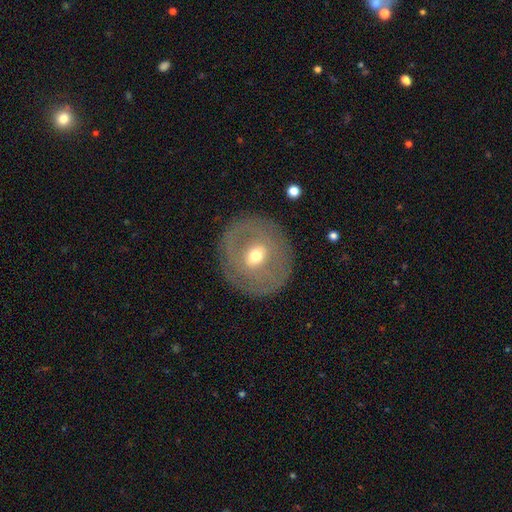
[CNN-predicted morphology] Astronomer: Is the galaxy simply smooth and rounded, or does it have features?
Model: featured or disk — 56% (runner-up: smooth, 37%).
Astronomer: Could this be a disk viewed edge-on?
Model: no — 92%.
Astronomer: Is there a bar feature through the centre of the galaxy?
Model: no — 45% (runner-up: weak, 37%).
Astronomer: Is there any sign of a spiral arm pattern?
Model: no — 78%.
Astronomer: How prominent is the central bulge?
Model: moderate — 65%.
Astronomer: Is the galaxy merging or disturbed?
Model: none — 83%.